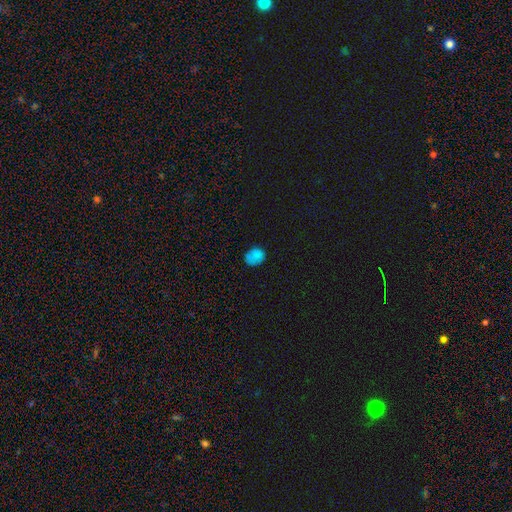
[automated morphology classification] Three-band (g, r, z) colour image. It shows a smooth galaxy with no disk features (78%) that is round (58%). Merging: none (72%).